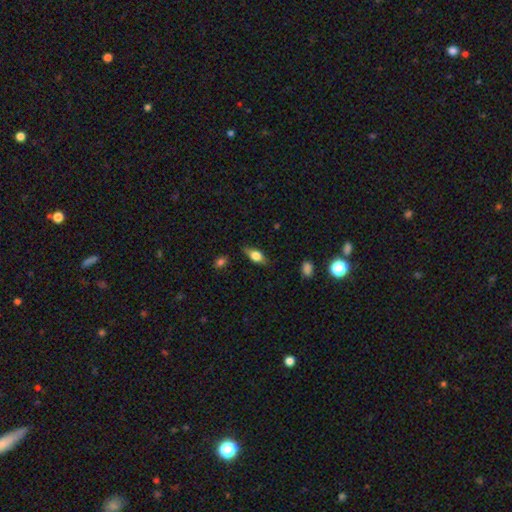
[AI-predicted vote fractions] Morphology: type=smooth (64%); roundness=in between (78%); merging=none (78%).